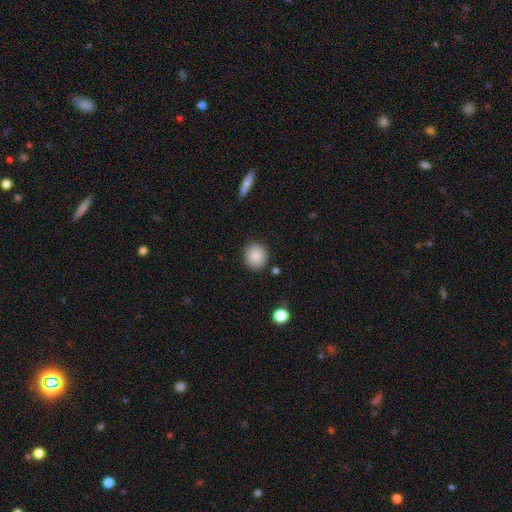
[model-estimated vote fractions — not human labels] Smooth or featured? smooth (88%)
How rounded? round (83%)
Merging? none (88%)